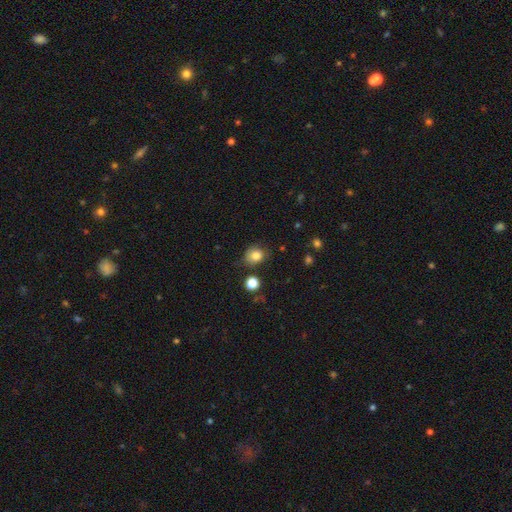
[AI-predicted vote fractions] The model was most divided on "how rounded": round: 63%, in between: 36%, cigar-shaped: 1%. More confident: smooth or featured — smooth (83%); merging — none (72%).